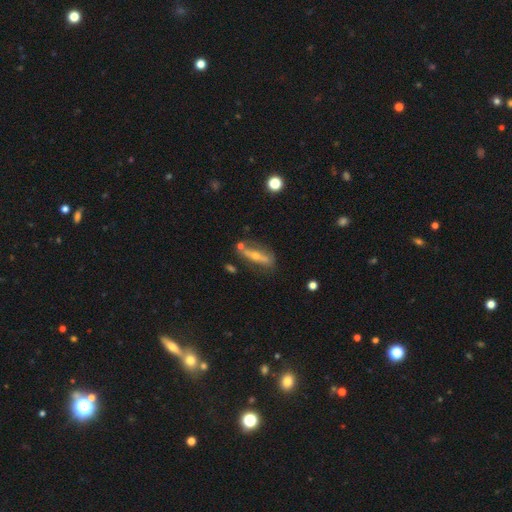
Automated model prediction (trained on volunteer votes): smooth_or_featured: featured or disk (p=0.60) [alt: smooth p=0.32]
disk_edge_on: yes (p=0.69) [alt: no p=0.31]
merging: none (p=0.63) [alt: minor disturbance p=0.19]